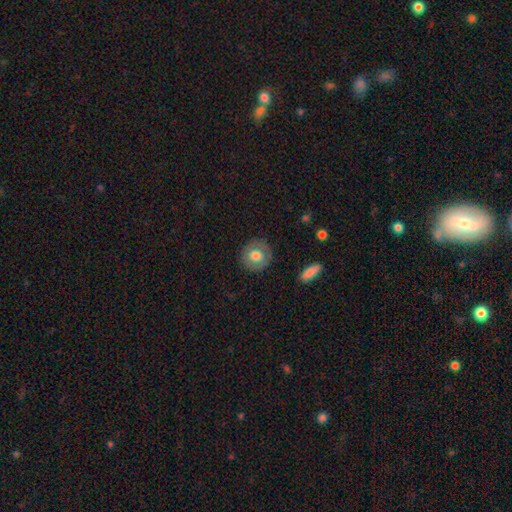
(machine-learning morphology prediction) Smooth or featured: smooth — 66% (featured or disk — 27%)
How rounded: round — 90% (in between — 9%)
Merging: none — 87% (minor disturbance — 9%)